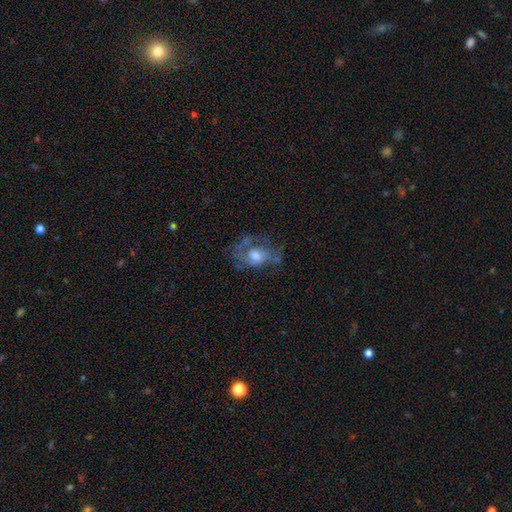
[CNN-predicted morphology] The model was most divided on "merging": none: 42%, major disturbance: 31%, minor disturbance: 23%, merger: 4%. Remaining: edge-on disk — no (96%); bar — no (72%); smooth or featured — featured or disk (63%); spiral arms — yes (60%); bulge size — moderate (50%).